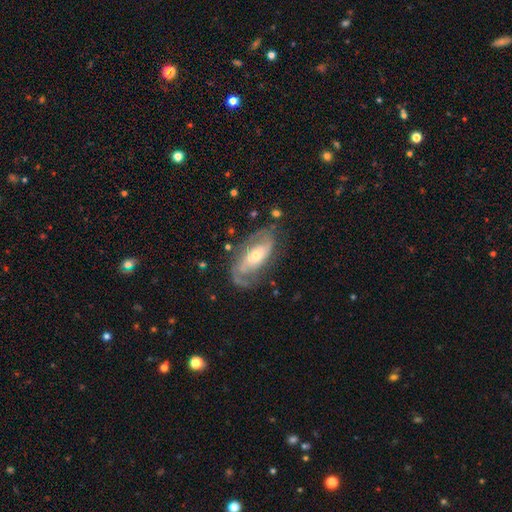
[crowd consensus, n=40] Overall: featured or disk (72%). Edge-on disk: no (79%). Bar: no (65%). Spiral arms: yes (96%). Spiral arm count: 2 (86%). Spiral winding: medium (50%; tight 27%). Bulge size: small (48%; moderate 43%). Merging: none (65%; minor disturbance 30%).